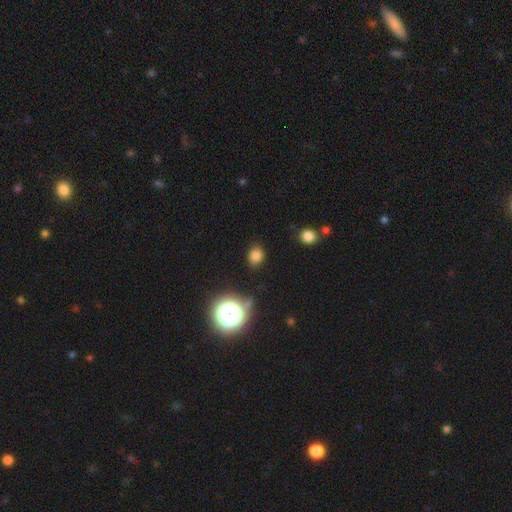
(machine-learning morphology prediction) Smooth or featured?
  - smooth: 78% *
  - star or artifact: 16%
  - featured or disk: 6%
How rounded?
  - round: 66% *
  - in between: 32%
  - cigar-shaped: 1%
Merging?
  - none: 84% *
  - minor disturbance: 11%
  - major disturbance: 3%
  - merger: 2%